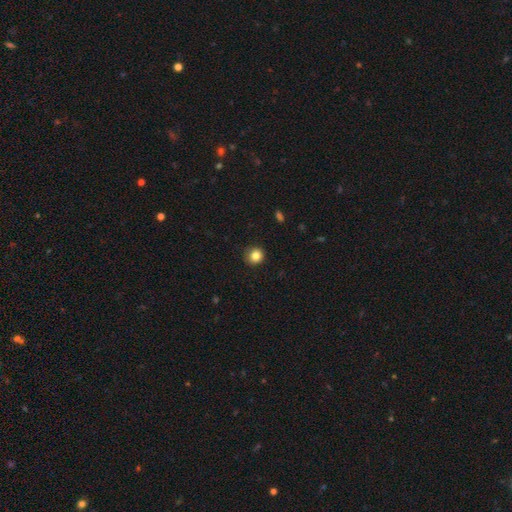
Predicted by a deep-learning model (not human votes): Smooth or featured? smooth (84%)
How rounded? round (89%)
Merging? none (88%)